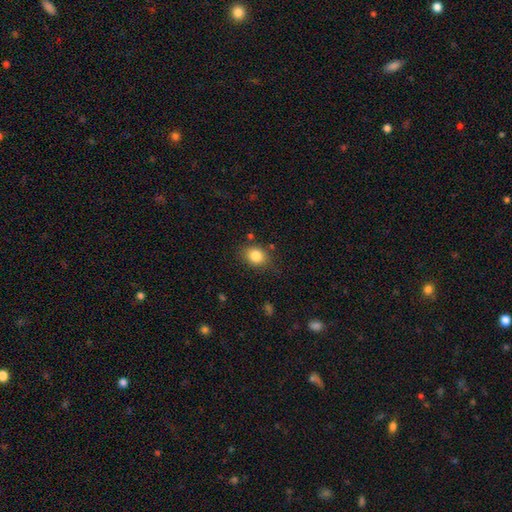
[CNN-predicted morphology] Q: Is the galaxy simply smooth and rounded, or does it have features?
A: smooth — 84%.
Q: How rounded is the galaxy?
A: round — 52%.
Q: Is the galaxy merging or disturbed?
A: none — 78%.